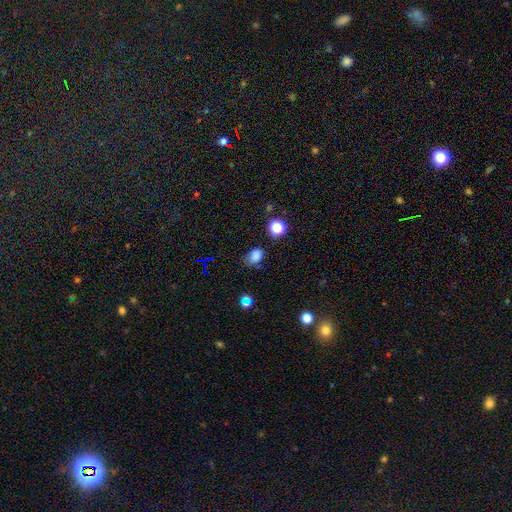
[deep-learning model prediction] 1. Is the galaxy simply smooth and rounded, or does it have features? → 77% smooth, 17% star or artifact, 6% featured or disk.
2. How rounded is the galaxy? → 69% in between, 30% round, 1% cigar-shaped.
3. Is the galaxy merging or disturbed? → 69% none, 22% minor disturbance, 6% major disturbance, 3% merger.